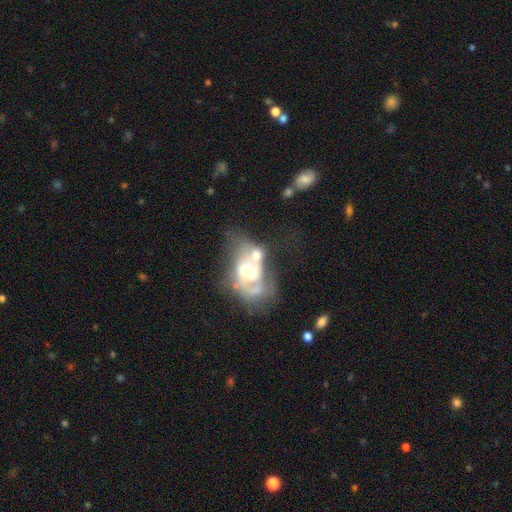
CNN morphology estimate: A featured or disk galaxy (69%) with no bar (58%), spiral arms (63%) and a moderate central bulge (42%).

Vote fractions:
- Smooth or featured? featured or disk: 69% / smooth: 22% / star or artifact: 8%
- Edge-on disk? no: 97% / yes: 3%
- Bar? no: 58% / weak: 31% / strong: 11%
- Spiral arms? yes: 63% / no: 37%
- Bulge size? moderate: 42% / large: 22% / small: 20% / none: 12% / dominant: 3%
- Merging? merger: 49% / major disturbance: 24% / none: 16% / minor disturbance: 11%